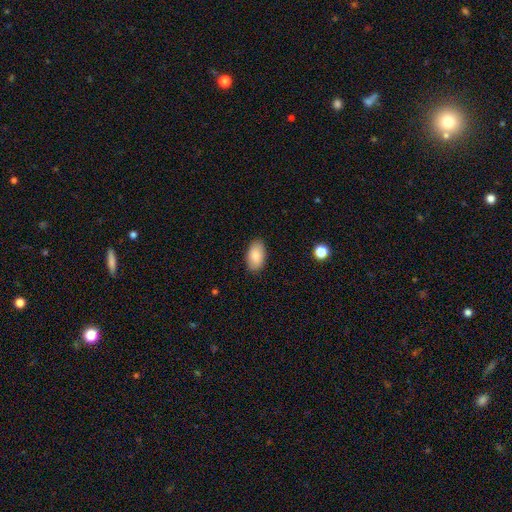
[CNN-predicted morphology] Smooth or featured? smooth (85%)
How rounded? in between (95%)
Merging? none (87%)